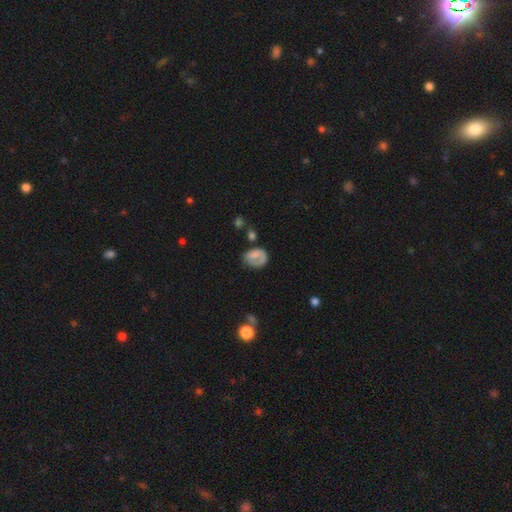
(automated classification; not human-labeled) smooth_or_featured: smooth (p=0.56) [alt: featured or disk p=0.35]
how_rounded: in between (p=0.57) [alt: round p=0.42]
merging: none (p=0.48) [alt: minor disturbance p=0.25]